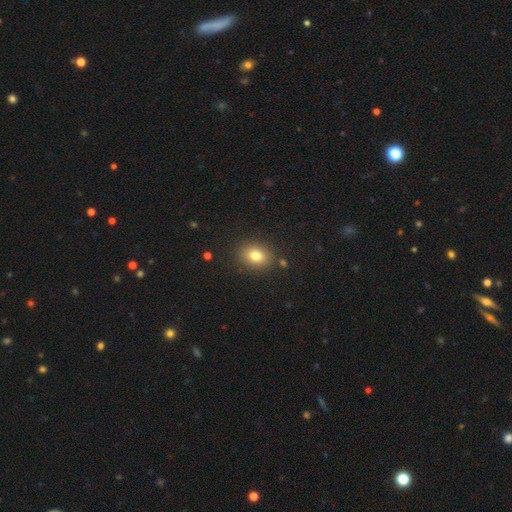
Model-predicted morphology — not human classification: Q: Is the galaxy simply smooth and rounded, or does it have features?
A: smooth — 81%.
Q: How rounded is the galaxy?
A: in between — 59%.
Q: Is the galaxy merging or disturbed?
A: none — 85%.